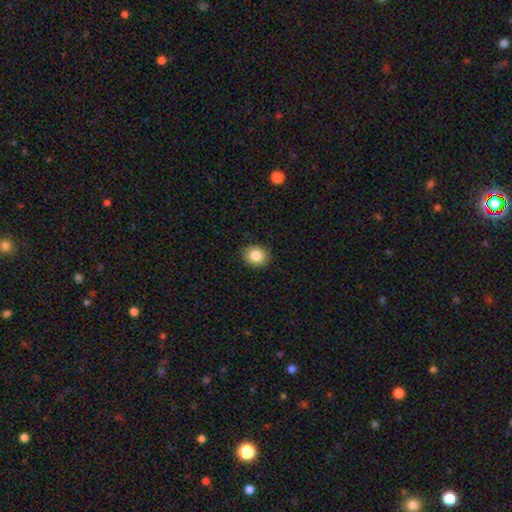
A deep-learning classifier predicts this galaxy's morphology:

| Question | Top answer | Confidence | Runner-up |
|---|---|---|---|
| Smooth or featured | smooth | 84% | star or artifact (9%) |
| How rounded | round | 61% | in between (38%) |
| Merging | none | 90% | minor disturbance (8%) |